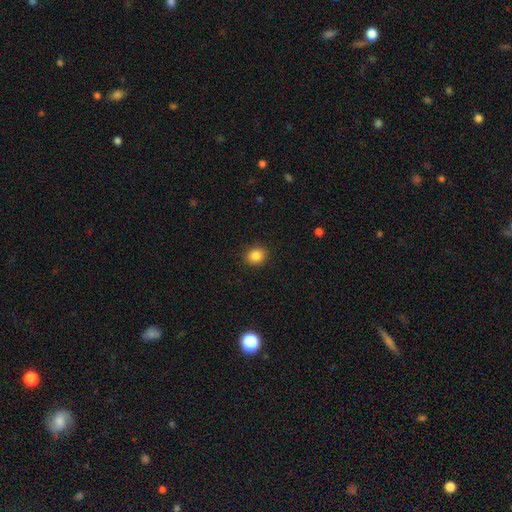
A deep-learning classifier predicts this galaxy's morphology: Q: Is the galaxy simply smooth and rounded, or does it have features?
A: smooth — 85%.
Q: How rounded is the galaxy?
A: round — 67%.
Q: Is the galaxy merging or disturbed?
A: none — 90%.